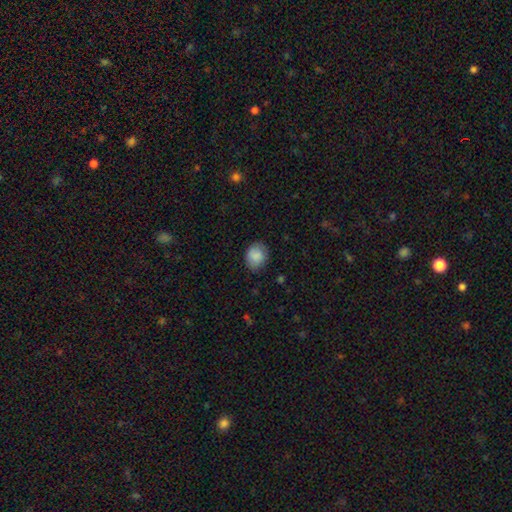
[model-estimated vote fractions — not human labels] This appears to be a smooth galaxy with no disk features (87%) that is round (58%). Merging: none (79%).